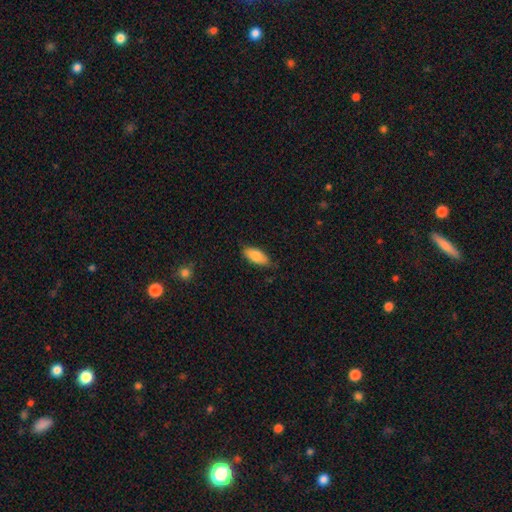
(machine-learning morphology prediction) Smooth or featured?
  - smooth: 82% *
  - featured or disk: 11%
  - star or artifact: 6%
How rounded?
  - in between: 85% *
  - cigar-shaped: 13%
  - round: 2%
Merging?
  - none: 79% *
  - minor disturbance: 17%
  - major disturbance: 3%
  - merger: 1%